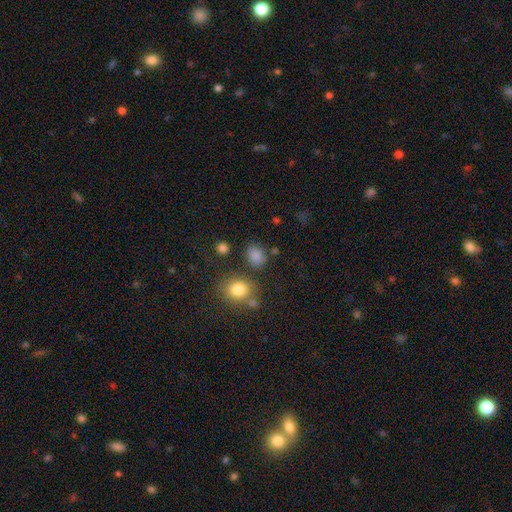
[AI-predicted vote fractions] Smooth or featured? Predicted: smooth (p=0.82). How rounded? Predicted: in between (p=0.54). Merging? Predicted: none (p=0.76).